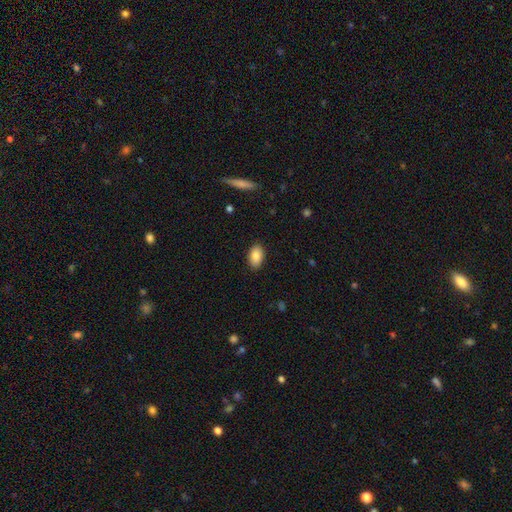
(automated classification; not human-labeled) A smooth galaxy with no disk features (86%) that is in between round and cigar-shaped (93%).

Vote fractions:
- Smooth or featured? smooth: 86% / featured or disk: 7% / star or artifact: 7%
- How rounded? in between: 93% / round: 5% / cigar-shaped: 2%
- Merging? none: 88% / minor disturbance: 9% / major disturbance: 2% / merger: 1%